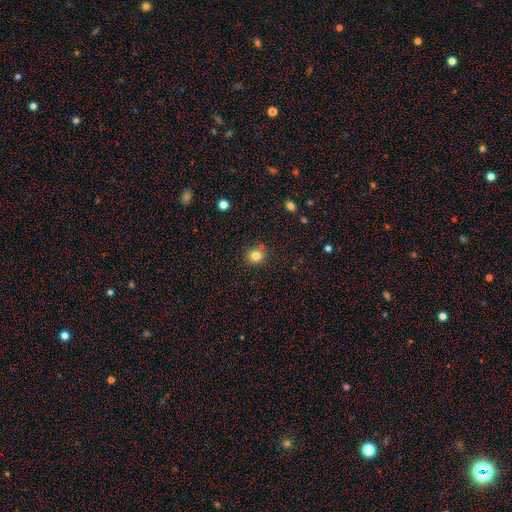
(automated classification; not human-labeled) Q: Smooth or featured?
A: smooth (81%); runner-up: star or artifact (13%)
Q: How rounded?
A: round (89%); runner-up: in between (10%)
Q: Merging?
A: none (84%); runner-up: minor disturbance (9%)